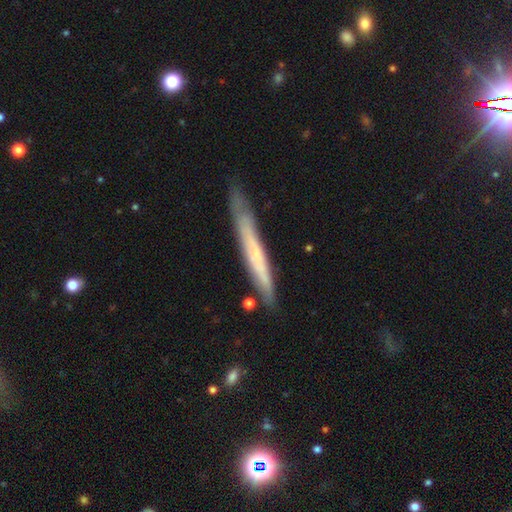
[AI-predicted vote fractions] Q: Smooth or featured?
A: featured or disk (50%); runner-up: smooth (43%)
Q: Edge-on disk?
A: yes (87%); runner-up: no (13%)
Q: Merging?
A: none (74%); runner-up: minor disturbance (20%)